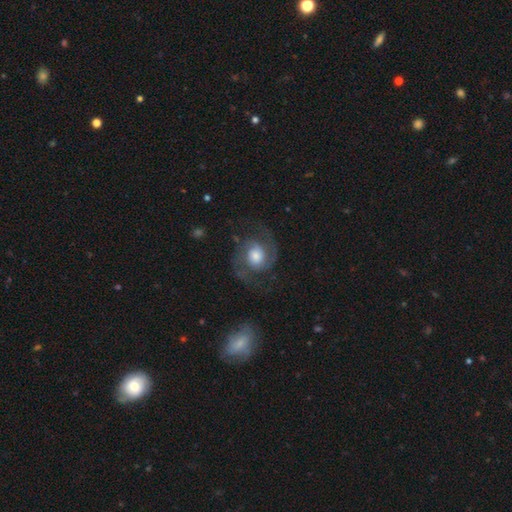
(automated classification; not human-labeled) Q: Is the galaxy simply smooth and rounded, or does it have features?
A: featured or disk — 84%.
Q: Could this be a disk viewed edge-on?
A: no — 98%.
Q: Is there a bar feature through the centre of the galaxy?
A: no — 66%.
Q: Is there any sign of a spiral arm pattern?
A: yes — 96%.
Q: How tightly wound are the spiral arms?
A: medium — 56%.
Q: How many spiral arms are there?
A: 2 — 91%.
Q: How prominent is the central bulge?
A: moderate — 46%.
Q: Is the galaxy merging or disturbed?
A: none — 74%.